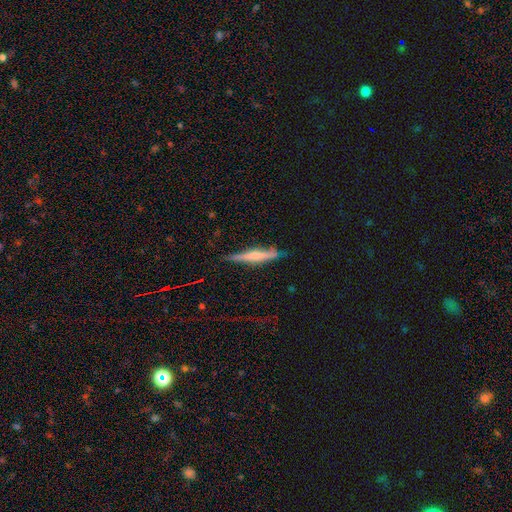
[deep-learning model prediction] Smooth or featured: featured or disk — 55% (smooth — 38%)
Edge-on disk: yes — 94% (no — 6%)
Edge-on bulge: rounded — 50% (none — 30%)
Merging: none — 72% (minor disturbance — 20%)